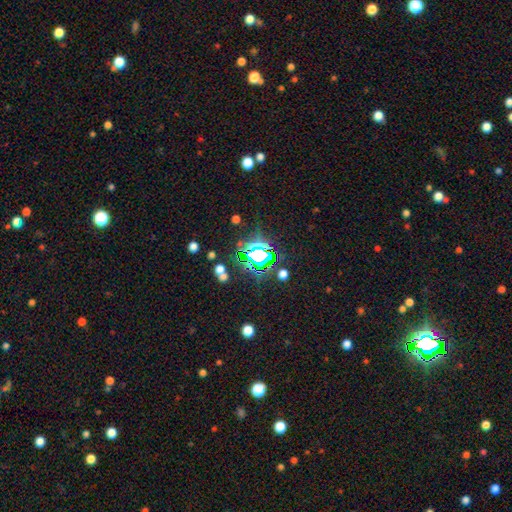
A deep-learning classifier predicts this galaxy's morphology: type=star or artifact (81%).